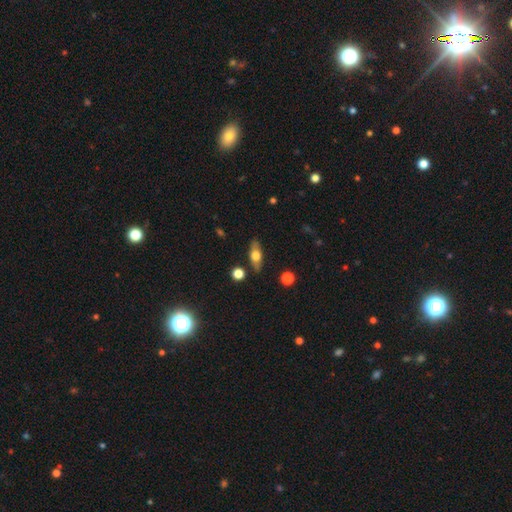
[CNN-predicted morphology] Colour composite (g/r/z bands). It shows a smooth galaxy with no disk features (54%) that is in between round and cigar-shaped (63%). Merging: none (85%).